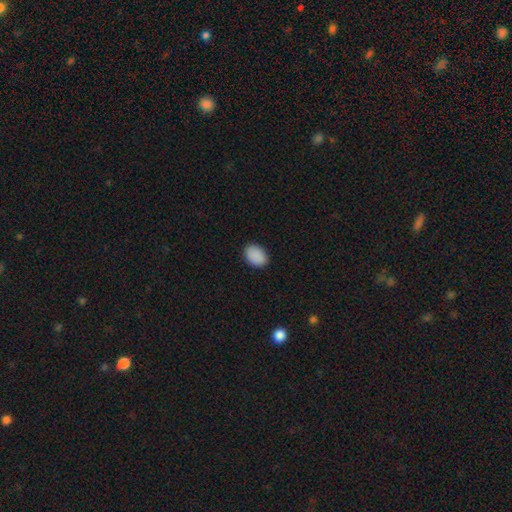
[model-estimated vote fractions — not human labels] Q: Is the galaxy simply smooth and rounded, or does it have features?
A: smooth — 90%.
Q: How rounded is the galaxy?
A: in between — 78%.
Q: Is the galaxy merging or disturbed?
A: none — 87%.